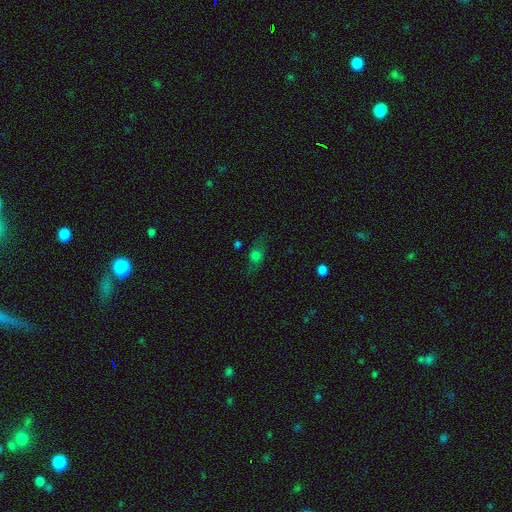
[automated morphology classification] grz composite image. It shows a smooth galaxy with no disk features (58%) that is in between round and cigar-shaped (56%). Merging: none (68%).